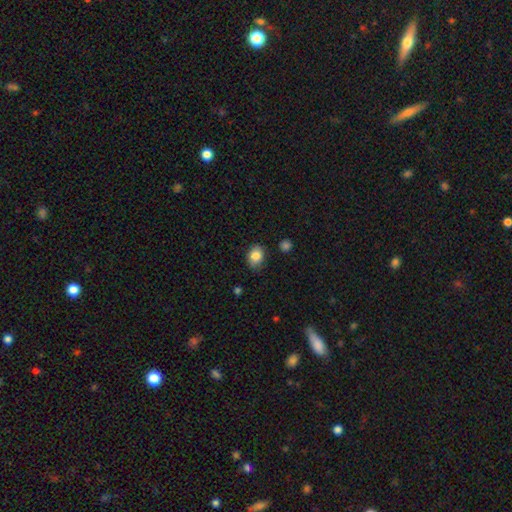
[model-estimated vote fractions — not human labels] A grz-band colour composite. It shows a smooth galaxy with no disk features (84%) that is in between round and cigar-shaped (59%). Merging: none (79%).